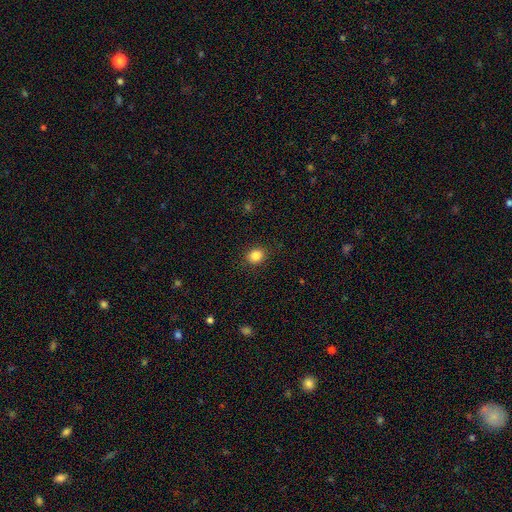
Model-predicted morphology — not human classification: A smooth galaxy with no disk features (85%) that is round (70%). Merging: none (89%).